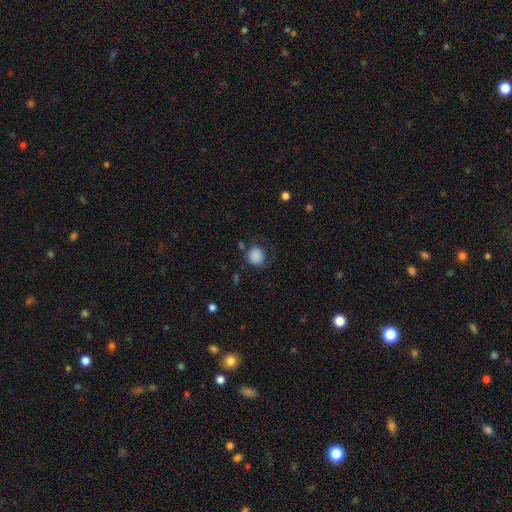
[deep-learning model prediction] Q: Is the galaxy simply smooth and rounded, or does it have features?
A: smooth — 86%.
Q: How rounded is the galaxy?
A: round — 84%.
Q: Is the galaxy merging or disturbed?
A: none — 69%.